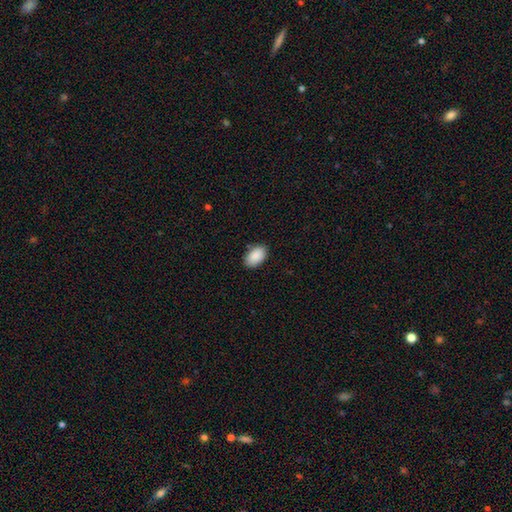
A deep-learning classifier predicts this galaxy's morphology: A smooth galaxy with no disk features (90%) that is in between round and cigar-shaped (92%). Merging: none (85%).